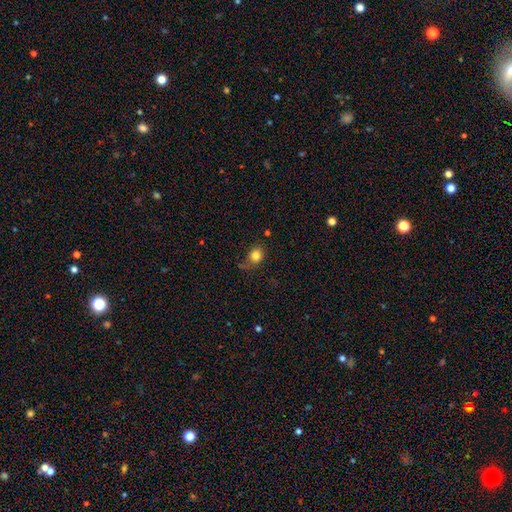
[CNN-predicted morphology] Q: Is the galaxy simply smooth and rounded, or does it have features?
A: smooth — 81%.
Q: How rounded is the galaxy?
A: round — 70%.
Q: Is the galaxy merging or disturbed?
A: none — 66%.